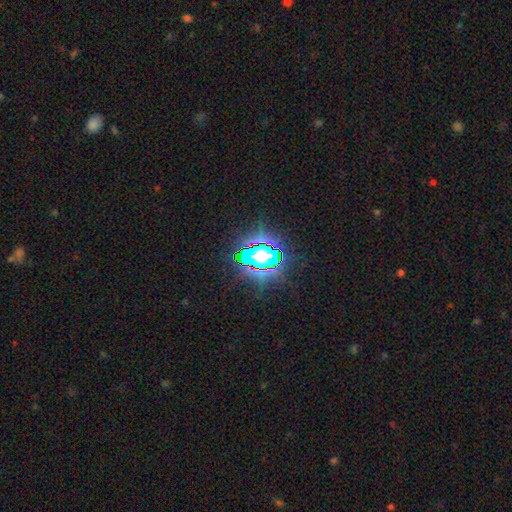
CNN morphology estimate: Smooth or featured?
  - star or artifact: 83% *
  - smooth: 11%
  - featured or disk: 6%